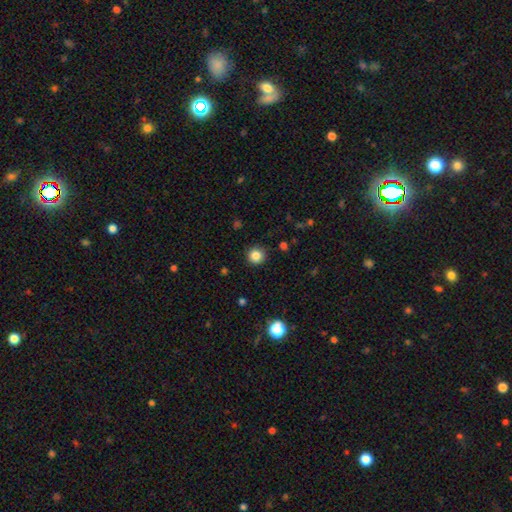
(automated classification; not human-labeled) Smooth or featured? Predicted: smooth (p=0.84). How rounded? Predicted: round (p=0.94). Merging? Predicted: none (p=0.91).